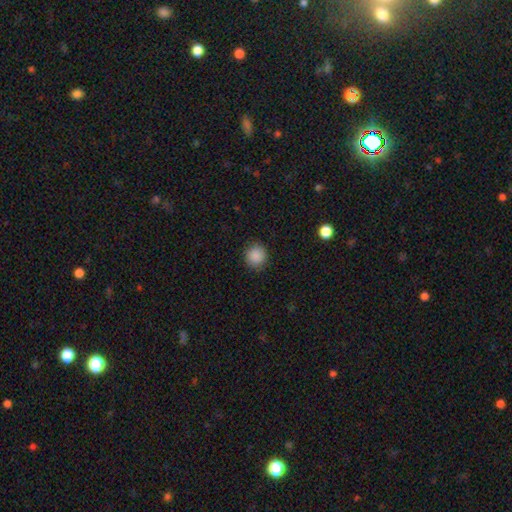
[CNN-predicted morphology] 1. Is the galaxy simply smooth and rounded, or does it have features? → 88% smooth, 9% star or artifact, 3% featured or disk.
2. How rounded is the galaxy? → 92% round, 7% in between, 1% cigar-shaped.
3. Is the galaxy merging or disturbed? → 89% none, 7% minor disturbance, 2% major disturbance, 1% merger.